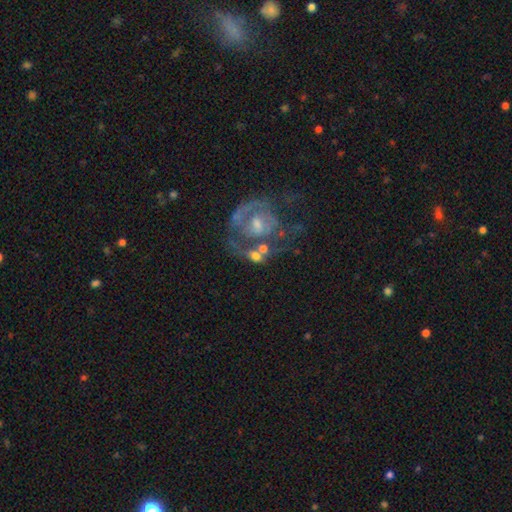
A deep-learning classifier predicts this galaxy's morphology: Smooth or featured? featured or disk (51%)
Edge-on disk? no (95%)
Merging? none (34%)